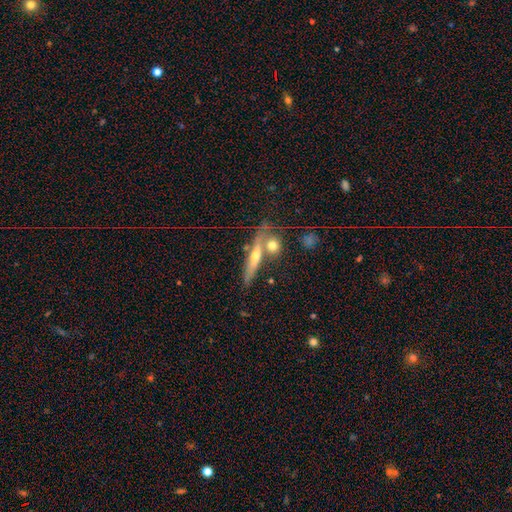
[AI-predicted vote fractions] Overall: featured or disk (57%; smooth 35%). Edge-on disk: yes (87%). Merging: none (62%).